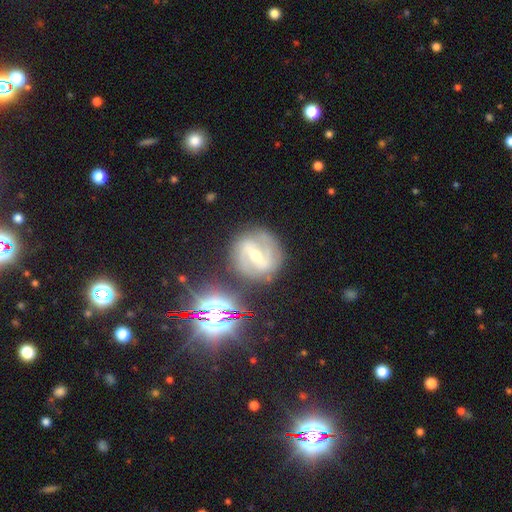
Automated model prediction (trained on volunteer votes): The model was most divided on "spiral winding": medium: 42%, tight: 39%, loose: 19%. More confident: edge-on disk — no (94%); spiral arms — yes (82%); merging — none (77%); smooth or featured — featured or disk (76%); spiral arm count — 2 (75%); bar — strong (61%); bulge size — moderate (54%).